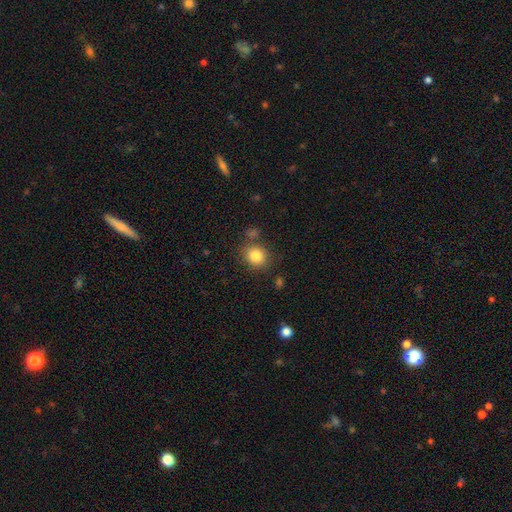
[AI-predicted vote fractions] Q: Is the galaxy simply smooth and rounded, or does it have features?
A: smooth — 84%.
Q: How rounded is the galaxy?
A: round — 75%.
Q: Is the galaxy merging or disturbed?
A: none — 78%.